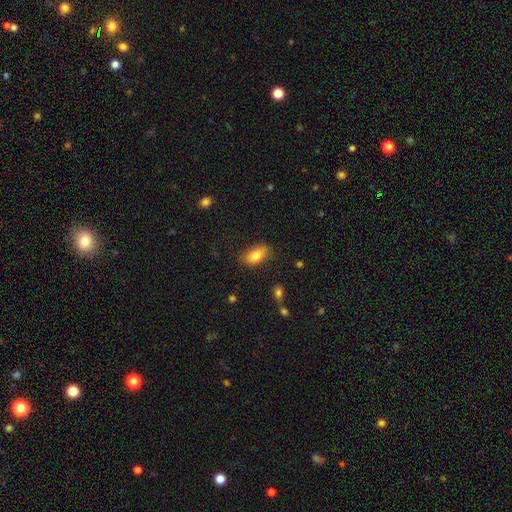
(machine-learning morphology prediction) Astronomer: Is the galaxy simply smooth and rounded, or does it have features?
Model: smooth — 81%.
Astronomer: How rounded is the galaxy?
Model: in between — 88%.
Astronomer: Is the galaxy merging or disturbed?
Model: none — 82%.